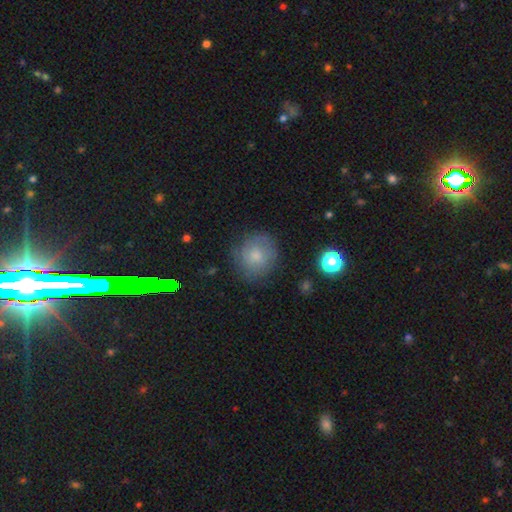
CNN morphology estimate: Smooth or featured? smooth (67%)
How rounded? round (84%)
Merging? none (73%)